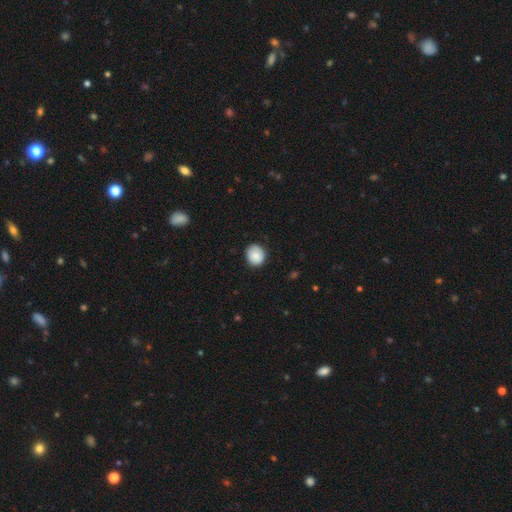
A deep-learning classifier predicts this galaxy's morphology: Overall: smooth (87%). How rounded: round (79%). Merging: none (83%).